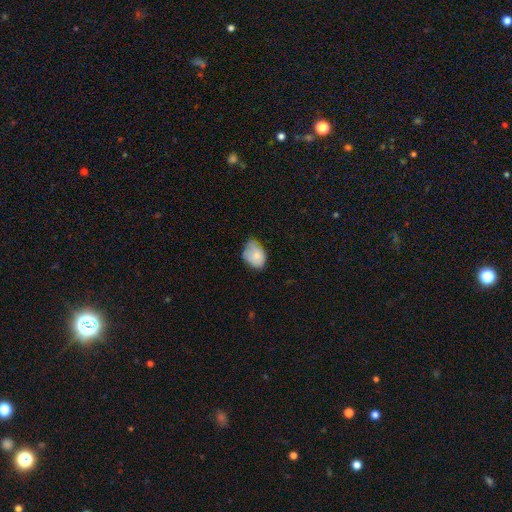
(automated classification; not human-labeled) Smooth or featured?
  - smooth: 76% *
  - featured or disk: 16%
  - star or artifact: 8%
How rounded?
  - in between: 79% *
  - round: 20%
  - cigar-shaped: 1%
Merging?
  - minor disturbance: 48% *
  - none: 36%
  - major disturbance: 14%
  - merger: 2%